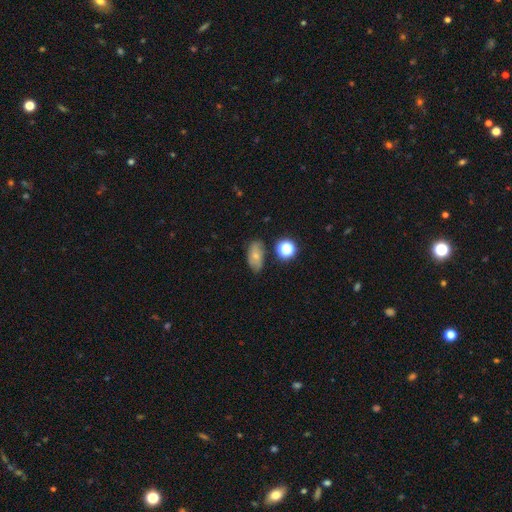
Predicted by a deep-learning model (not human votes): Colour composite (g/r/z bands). It shows a smooth galaxy with no disk features (64%) that is in between round and cigar-shaped (85%). Merging: none (69%).